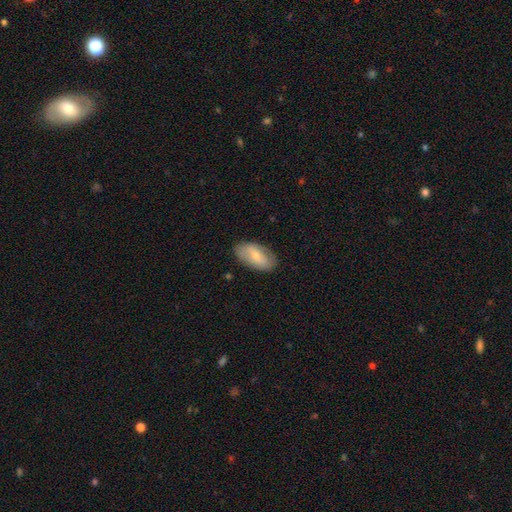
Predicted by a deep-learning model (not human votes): Overall: smooth (62%; featured or disk 32%). How rounded: in between (93%). Merging: none (82%).